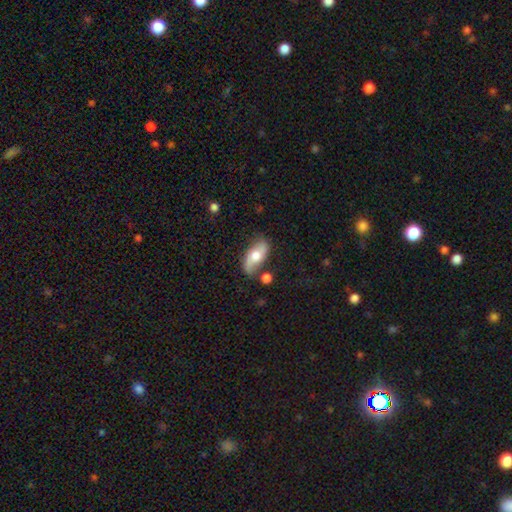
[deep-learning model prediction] The model was most divided on "smooth or featured": featured or disk: 48%, smooth: 45%, star or artifact: 7%. More confident: merging — none (67%).